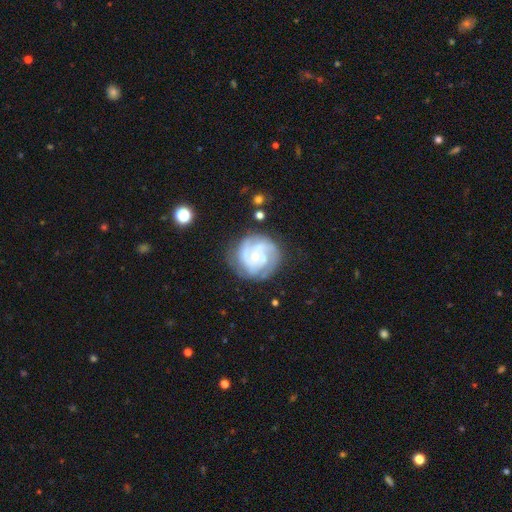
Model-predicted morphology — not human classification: Smooth or featured? featured or disk (82%)
Edge-on disk? no (98%)
Bar? no (73%)
Spiral arms? yes (95%)
Spiral winding? tight (63%)
Spiral arm count? 3 (38%)
Bulge size? small (69%)
Merging? none (73%)